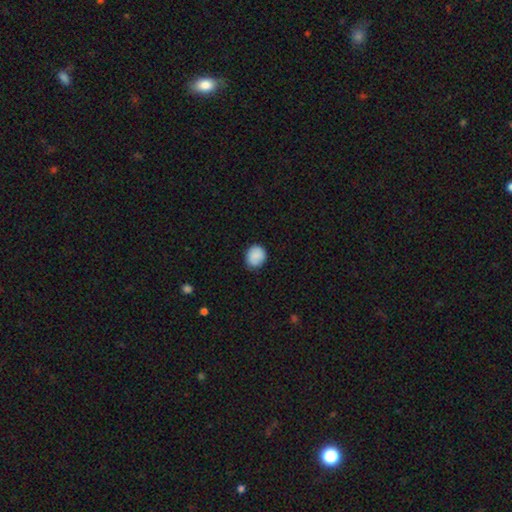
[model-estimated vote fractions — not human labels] The model was most divided on "how rounded": round: 76%, in between: 23%, cigar-shaped: 1%. More confident: smooth or featured — smooth (84%); merging — none (83%).